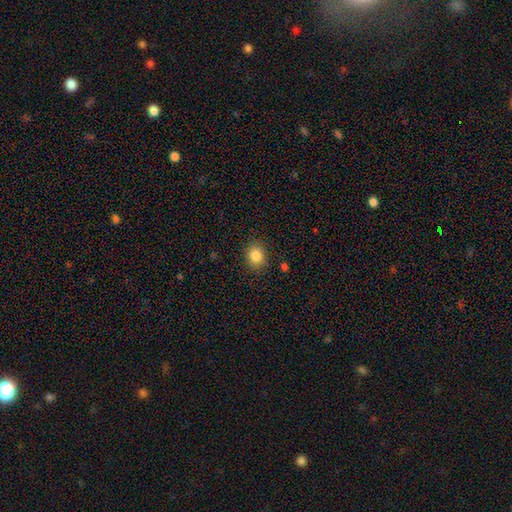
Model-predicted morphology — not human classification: The model was most divided on "how rounded": round: 58%, in between: 41%, cigar-shaped: 1%. More confident: merging — none (86%); smooth or featured — smooth (85%).